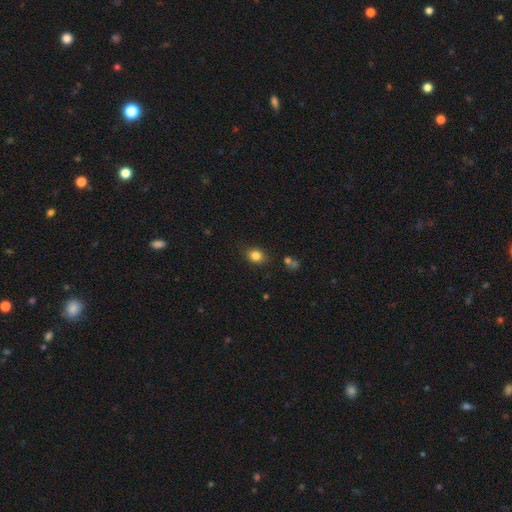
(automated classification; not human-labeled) This appears to be a smooth galaxy with no disk features (83%) that is round (50%). Merging: none (83%).